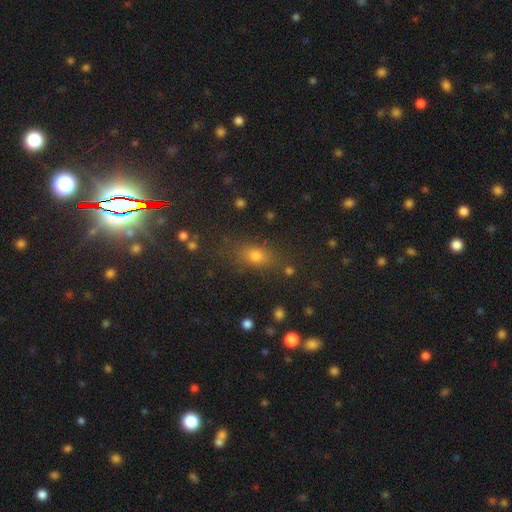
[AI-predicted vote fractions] Q: Smooth or featured?
A: smooth (70%); runner-up: star or artifact (19%)
Q: How rounded?
A: in between (60%); runner-up: round (29%)
Q: Merging?
A: none (77%); runner-up: minor disturbance (13%)